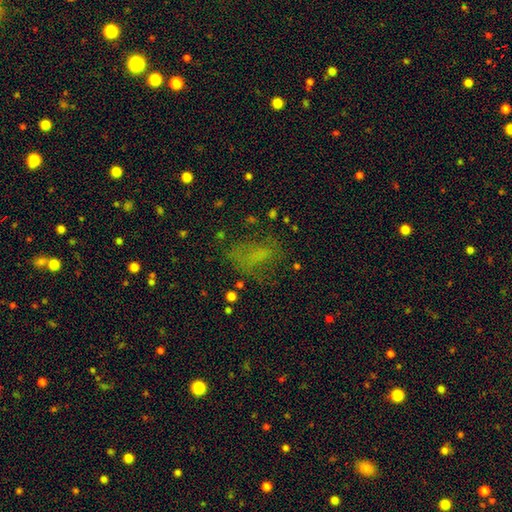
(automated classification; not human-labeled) A smooth galaxy with no disk features (52%) that is in between round and cigar-shaped (80%).

Vote fractions:
- Smooth or featured? smooth: 52% / star or artifact: 26% / featured or disk: 23%
- How rounded? in between: 80% / round: 14% / cigar-shaped: 7%
- Merging? none: 52% / major disturbance: 24% / minor disturbance: 21% / merger: 3%